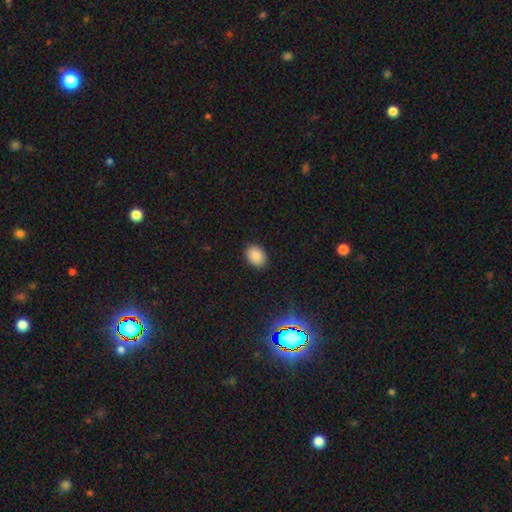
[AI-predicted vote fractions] A smooth galaxy with no disk features (86%) that is in between round and cigar-shaped (71%). Merging: none (89%).